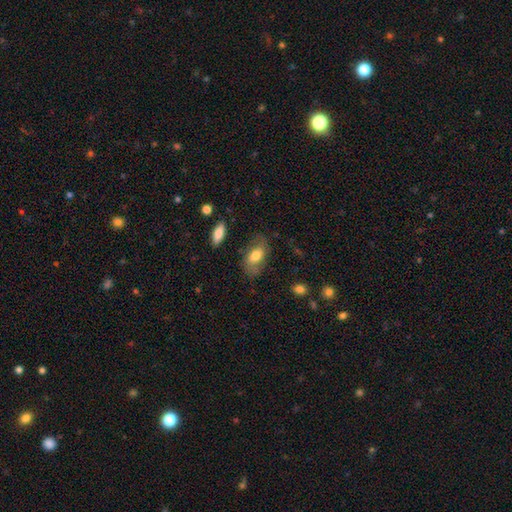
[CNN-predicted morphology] Smooth or featured? smooth (64%)
How rounded? in between (89%)
Merging? none (68%)